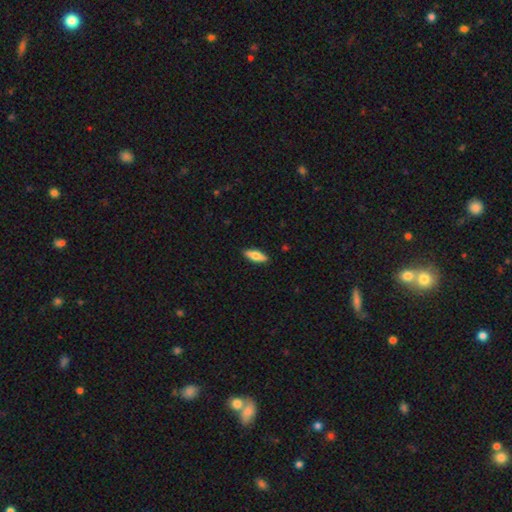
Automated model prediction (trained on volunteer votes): Smooth or featured? smooth (65%)
How rounded? in between (56%)
Merging? none (89%)